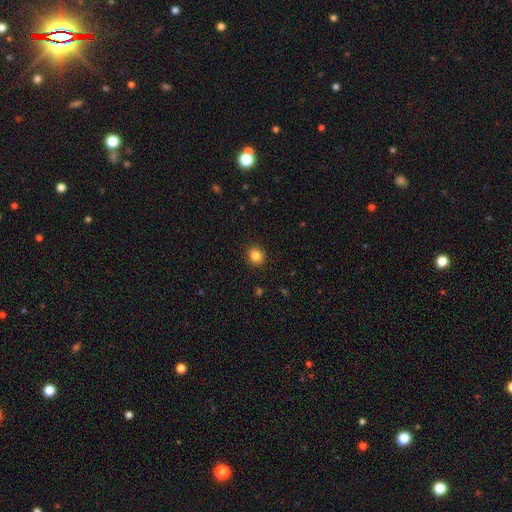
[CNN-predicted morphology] smooth 84%, star or artifact 11%, featured or disk 5%. Down the decision tree: how rounded — round (88%); merging — none (92%).